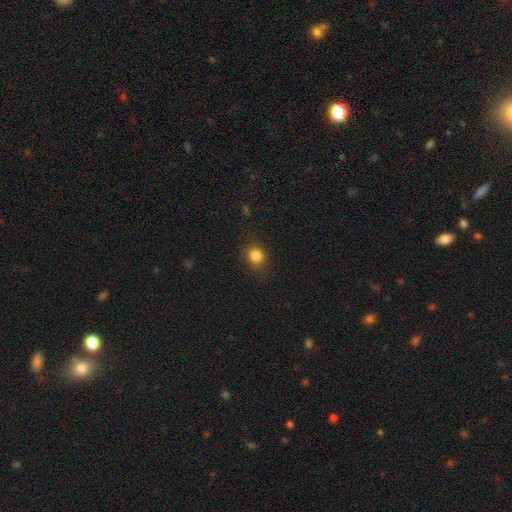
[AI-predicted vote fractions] Smooth or featured? Predicted: smooth (p=0.83). How rounded? Predicted: round (p=0.77). Merging? Predicted: none (p=0.82).